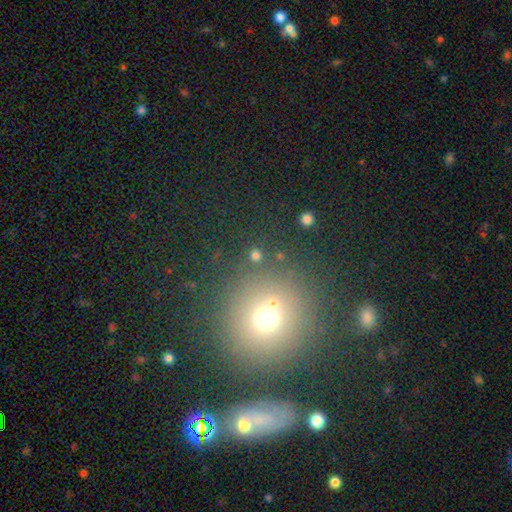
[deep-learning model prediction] Smooth or featured?
  - smooth: 70% *
  - star or artifact: 24%
  - featured or disk: 6%
How rounded?
  - round: 91% *
  - in between: 8%
  - cigar-shaped: 1%
Merging?
  - none: 85% *
  - minor disturbance: 6%
  - merger: 6%
  - major disturbance: 3%